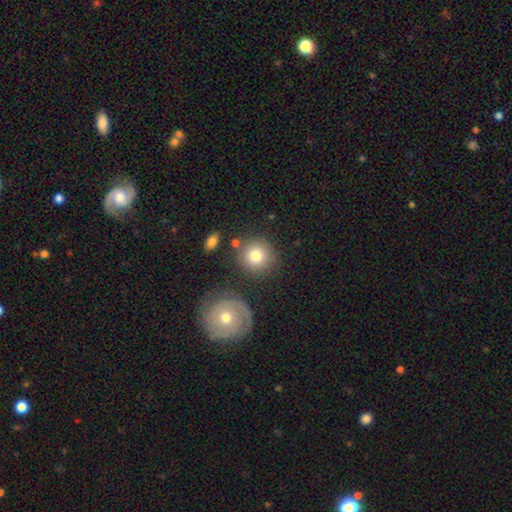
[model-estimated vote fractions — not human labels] This appears to be a smooth galaxy with no disk features (80%) that is round (90%). Merging: none (75%).